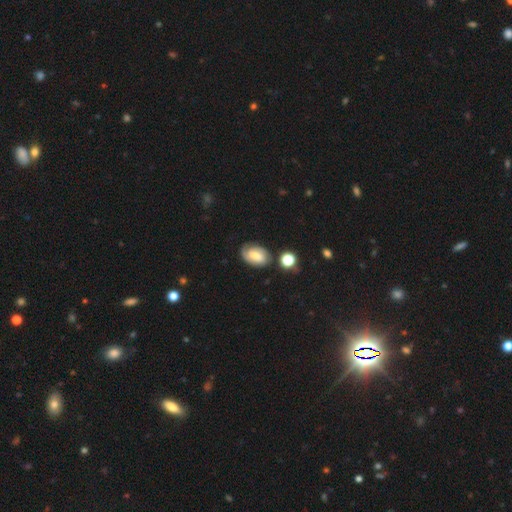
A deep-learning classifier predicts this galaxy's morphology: smooth_or_featured: featured or disk (p=0.48) [alt: smooth p=0.43]
merging: none (p=0.69) [alt: minor disturbance p=0.19]